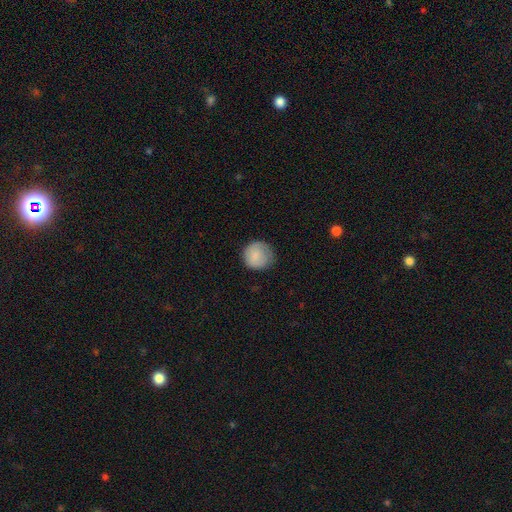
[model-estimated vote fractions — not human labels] smooth-or-featured: smooth: 85% | featured or disk: 8% | star or artifact: 7%
  how-rounded: round: 93% | in between: 6% | cigar-shaped: 1%
  merging: none: 77% | minor disturbance: 17% | major disturbance: 4% | merger: 1%